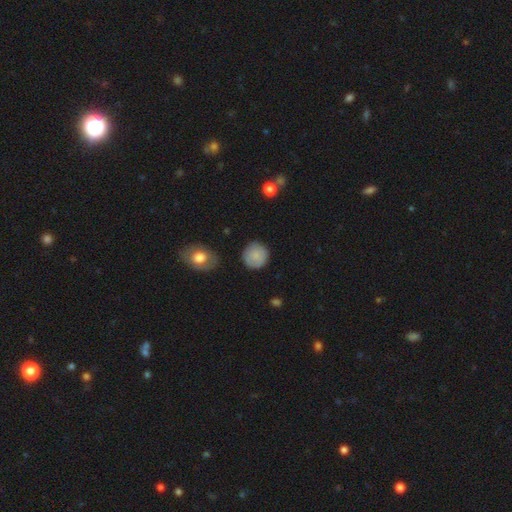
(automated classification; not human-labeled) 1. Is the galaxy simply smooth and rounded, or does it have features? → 83% smooth, 10% featured or disk, 7% star or artifact.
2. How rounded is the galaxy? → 92% round, 7% in between, 1% cigar-shaped.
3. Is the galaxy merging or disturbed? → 85% none, 10% minor disturbance, 3% major disturbance, 2% merger.